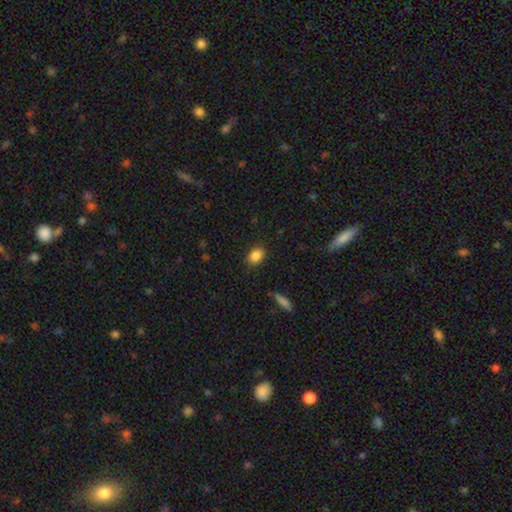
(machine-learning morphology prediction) A smooth galaxy with no disk features (86%) that is in between round and cigar-shaped (62%). Merging: none (85%).